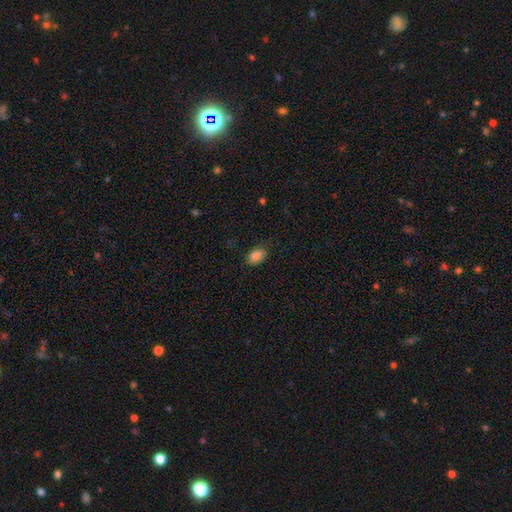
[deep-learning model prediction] smooth 86%, star or artifact 9%, featured or disk 5%. Down the decision tree: how rounded — in between (84%); merging — none (80%).